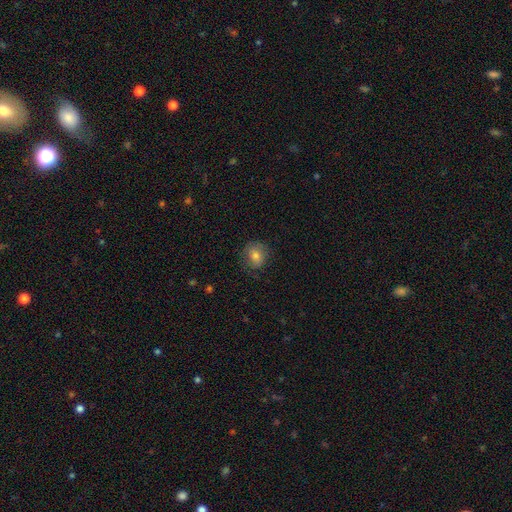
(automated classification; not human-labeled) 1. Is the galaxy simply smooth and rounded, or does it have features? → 73% smooth, 17% featured or disk, 10% star or artifact.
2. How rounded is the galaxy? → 72% round, 27% in between, 1% cigar-shaped.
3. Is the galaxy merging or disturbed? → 78% none, 16% minor disturbance, 5% major disturbance, 1% merger.